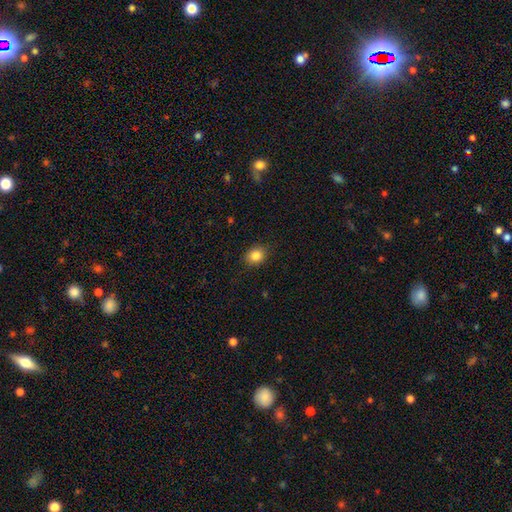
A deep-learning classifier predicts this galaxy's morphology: Smooth or featured?
  - smooth: 85% *
  - star or artifact: 10%
  - featured or disk: 5%
How rounded?
  - round: 60% *
  - in between: 39%
  - cigar-shaped: 1%
Merging?
  - none: 87% *
  - minor disturbance: 10%
  - major disturbance: 2%
  - merger: 1%